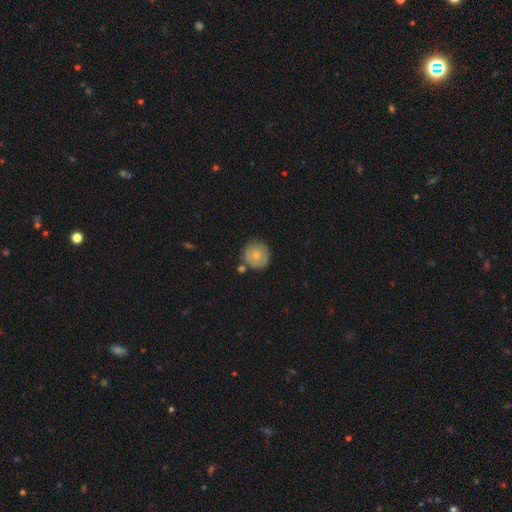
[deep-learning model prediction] smooth-or-featured: smooth: 71% | featured or disk: 21% | star or artifact: 7%
  how-rounded: round: 93% | in between: 6% | cigar-shaped: 1%
  merging: none: 75% | minor disturbance: 15% | merger: 7% | major disturbance: 3%